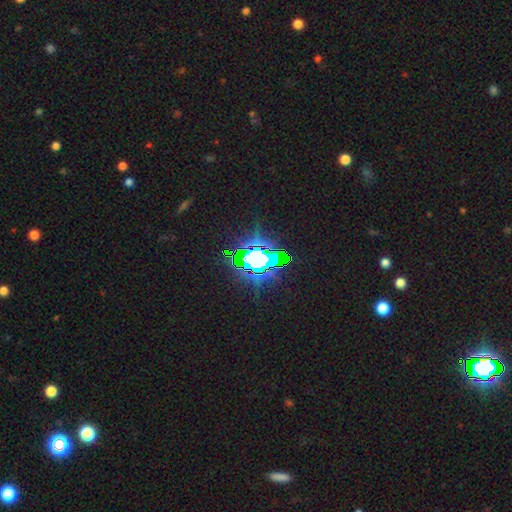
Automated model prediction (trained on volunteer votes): Smooth or featured?
  - star or artifact: 73% *
  - smooth: 13%
  - featured or disk: 13%